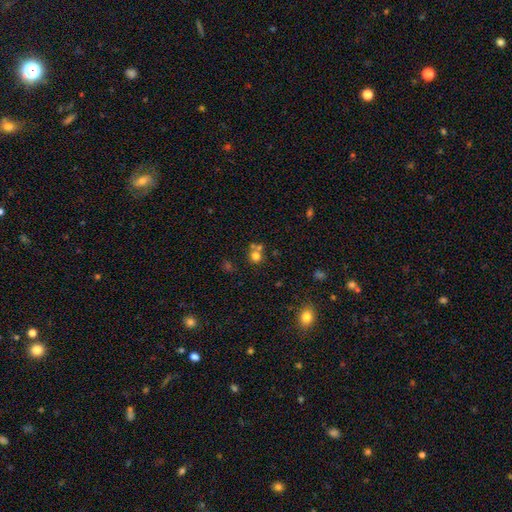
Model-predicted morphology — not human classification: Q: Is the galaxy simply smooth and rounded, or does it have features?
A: smooth — 72%.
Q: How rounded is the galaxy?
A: round — 86%.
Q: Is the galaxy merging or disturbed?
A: none — 53%.